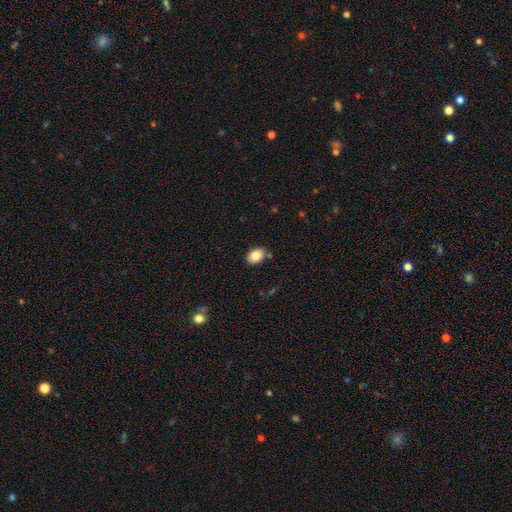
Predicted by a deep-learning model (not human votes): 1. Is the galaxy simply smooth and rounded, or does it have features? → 84% smooth, 8% star or artifact, 8% featured or disk.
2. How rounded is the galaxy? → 73% in between, 26% round, 1% cigar-shaped.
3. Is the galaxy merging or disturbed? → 83% none, 11% minor disturbance, 3% merger, 2% major disturbance.